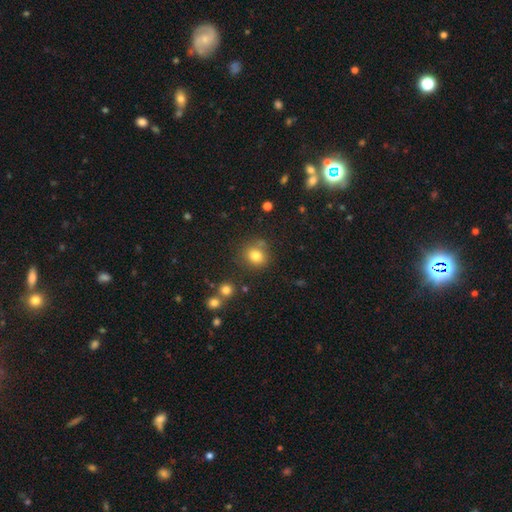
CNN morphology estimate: Q: Smooth or featured?
A: smooth (80%); runner-up: star or artifact (13%)
Q: How rounded?
A: round (81%); runner-up: in between (18%)
Q: Merging?
A: none (76%); runner-up: minor disturbance (12%)